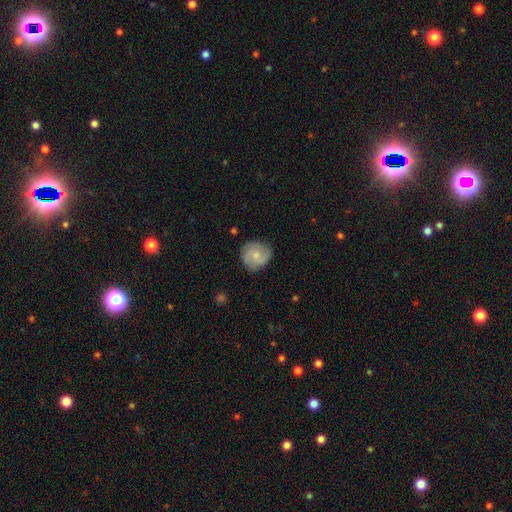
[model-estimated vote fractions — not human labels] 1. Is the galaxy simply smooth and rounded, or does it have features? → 56% featured or disk, 38% smooth, 6% star or artifact.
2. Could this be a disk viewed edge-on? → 98% no, 2% yes.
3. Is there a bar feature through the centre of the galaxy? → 70% no, 27% weak, 3% strong.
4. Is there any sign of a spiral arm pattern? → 90% yes, 10% no.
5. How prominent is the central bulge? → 49% small, 43% moderate, 6% none, 2% large, 1% dominant.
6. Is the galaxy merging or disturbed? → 80% none, 15% minor disturbance, 4% major disturbance, 1% merger.